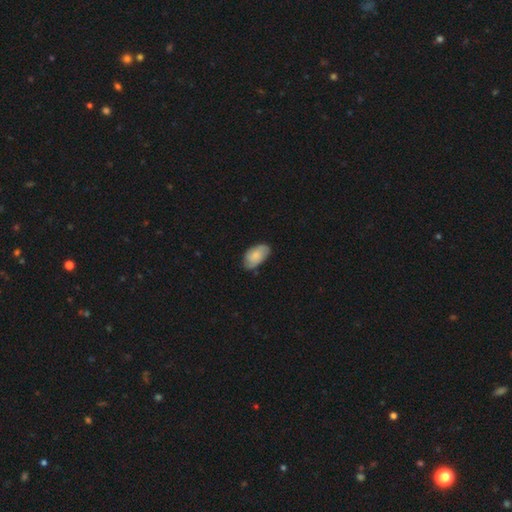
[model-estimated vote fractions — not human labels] This appears to be a smooth galaxy with no disk features (69%) that is in between round and cigar-shaped (94%). Merging: none (70%).